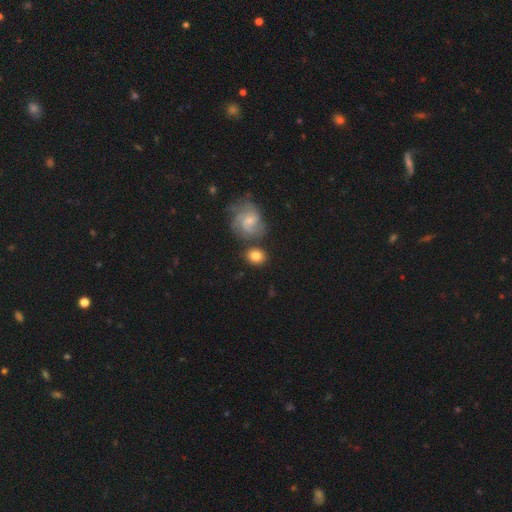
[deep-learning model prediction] Smooth or featured: smooth — 71% (featured or disk — 22%)
How rounded: round — 64% (in between — 35%)
Merging: none — 71% (minor disturbance — 13%)